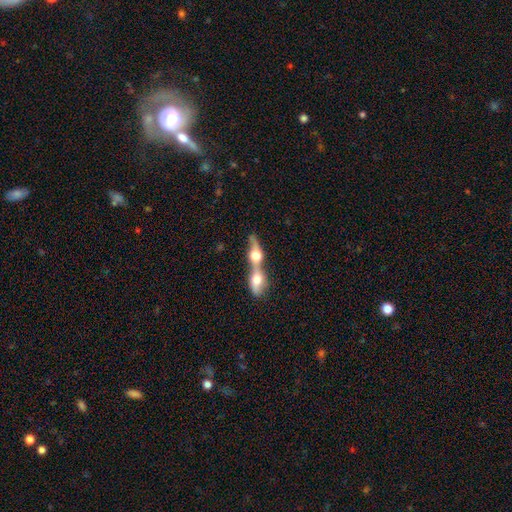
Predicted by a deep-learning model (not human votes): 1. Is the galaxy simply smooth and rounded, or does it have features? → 46% smooth, 45% featured or disk, 9% star or artifact.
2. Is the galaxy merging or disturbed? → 77% merger, 14% none, 4% minor disturbance, 4% major disturbance.